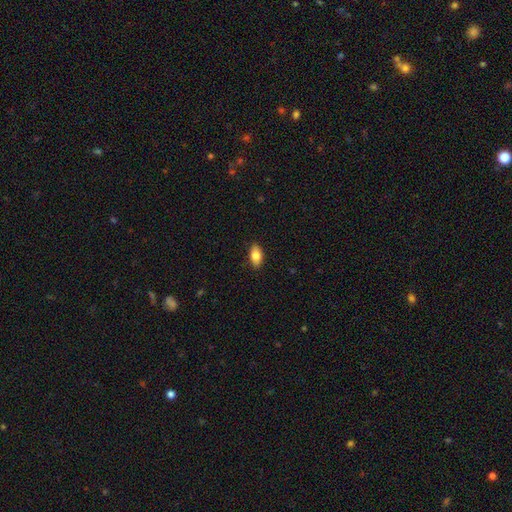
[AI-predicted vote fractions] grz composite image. It shows a smooth galaxy with no disk features (82%) that is in between round and cigar-shaped (90%). Merging: none (88%).